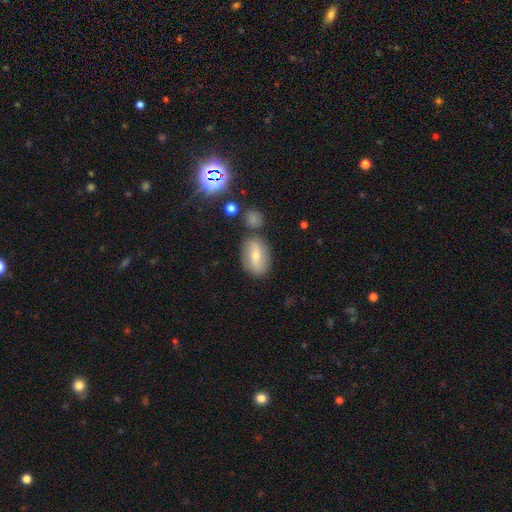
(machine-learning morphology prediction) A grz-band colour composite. It shows a smooth galaxy with no disk features (55%) that is in between round and cigar-shaped (78%). Merging: none (76%).